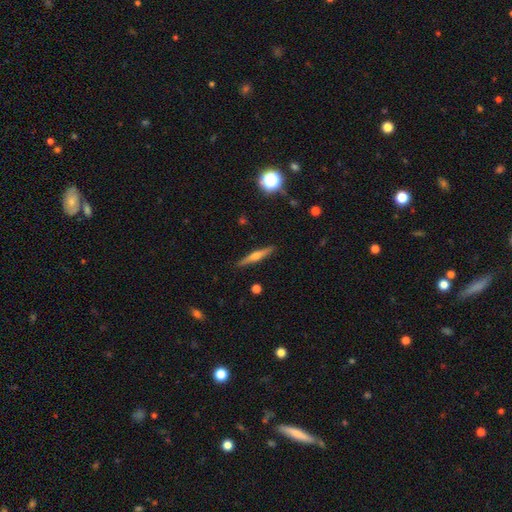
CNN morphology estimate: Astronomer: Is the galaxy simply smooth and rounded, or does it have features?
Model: featured or disk — 61%.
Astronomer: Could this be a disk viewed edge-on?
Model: yes — 97%.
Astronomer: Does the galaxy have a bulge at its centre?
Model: rounded — 79%.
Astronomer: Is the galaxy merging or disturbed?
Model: none — 90%.